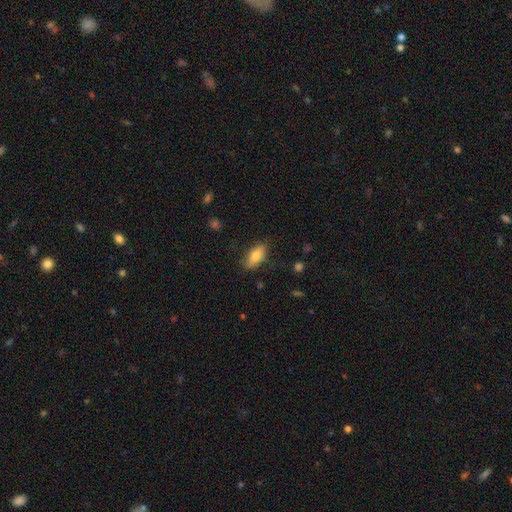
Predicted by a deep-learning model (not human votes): This is likely a smooth galaxy (79%). How rounded: clearly in between (85%). Merging: likely none (80%).